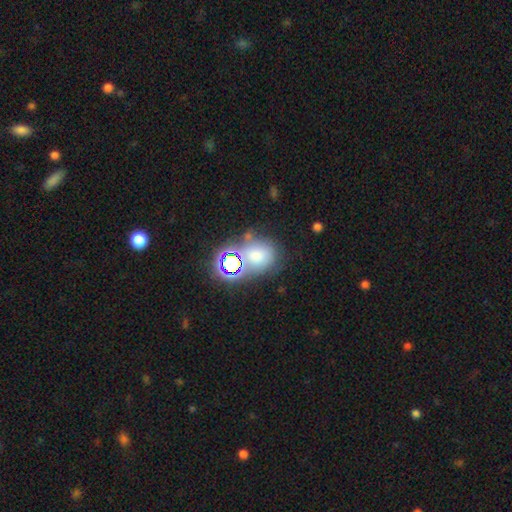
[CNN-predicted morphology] This is possibly a smooth galaxy (60%). How rounded: likely round (61%). Merging: possibly none (56%).